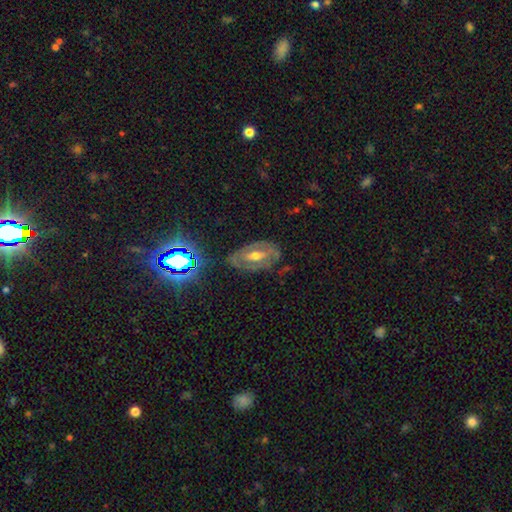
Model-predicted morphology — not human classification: A featured or disk galaxy (69%) with a weak bar (37%), spiral arms (52%) and a moderate central bulge (66%). Merging: none (69%).